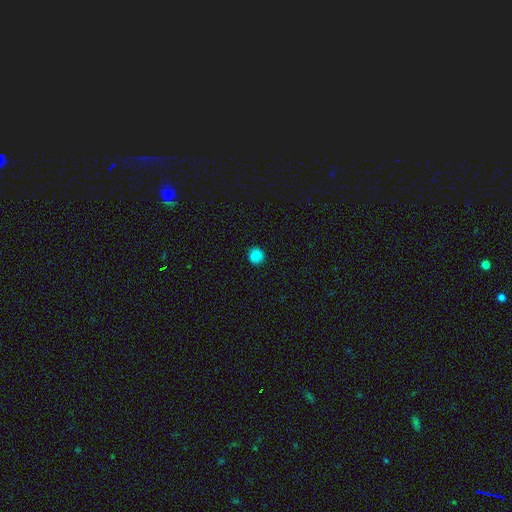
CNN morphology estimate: Smooth or featured? smooth (86%)
How rounded? round (93%)
Merging? none (91%)